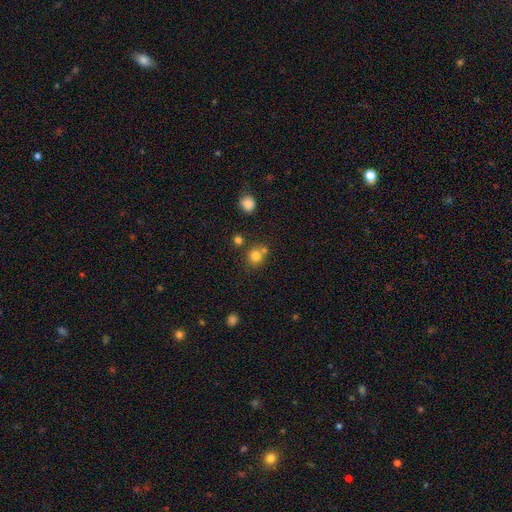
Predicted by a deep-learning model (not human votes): This appears to be a smooth galaxy with no disk features (79%) that is round (85%). Merging: none (62%).